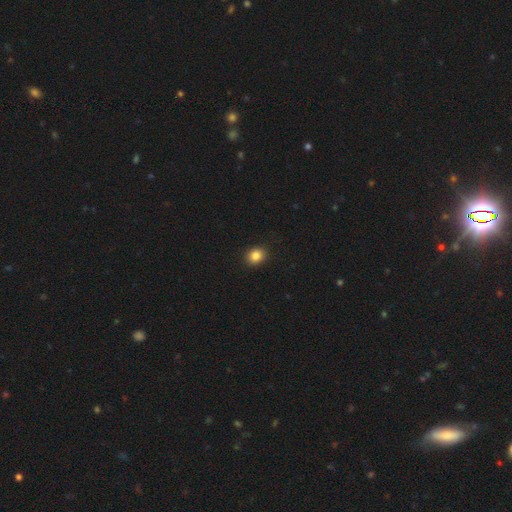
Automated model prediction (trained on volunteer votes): Smooth or featured: smooth — 85% (star or artifact — 11%)
How rounded: round — 63% (in between — 36%)
Merging: none — 90% (minor disturbance — 7%)